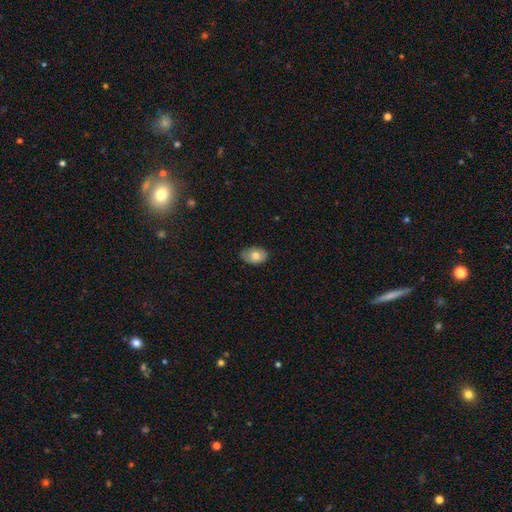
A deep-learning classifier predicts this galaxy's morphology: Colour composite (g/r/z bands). It shows a smooth galaxy with no disk features (77%) that is in between round and cigar-shaped (83%). Merging: none (78%).